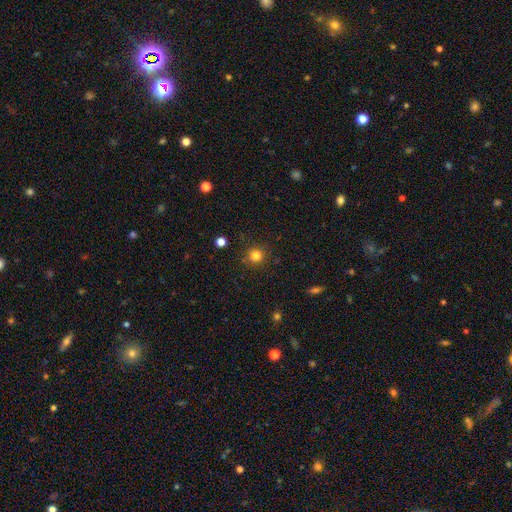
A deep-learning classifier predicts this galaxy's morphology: A smooth galaxy with no disk features (81%) that is round (93%). Merging: none (89%).